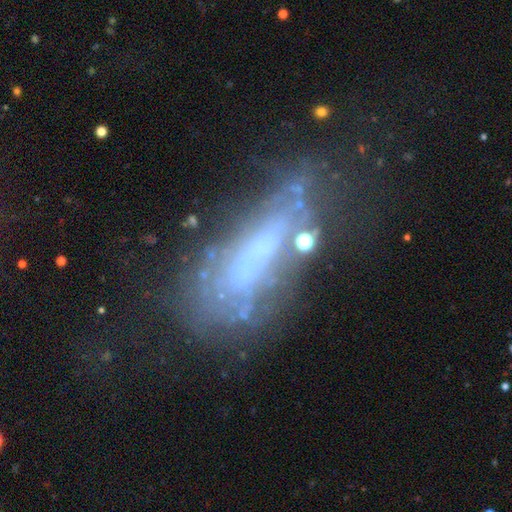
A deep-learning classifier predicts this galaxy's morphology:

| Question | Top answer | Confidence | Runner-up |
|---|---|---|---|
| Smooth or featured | featured or disk | 62% | smooth (25%) |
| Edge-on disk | no | 80% | yes (20%) |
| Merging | none | 43% | major disturbance (25%) |